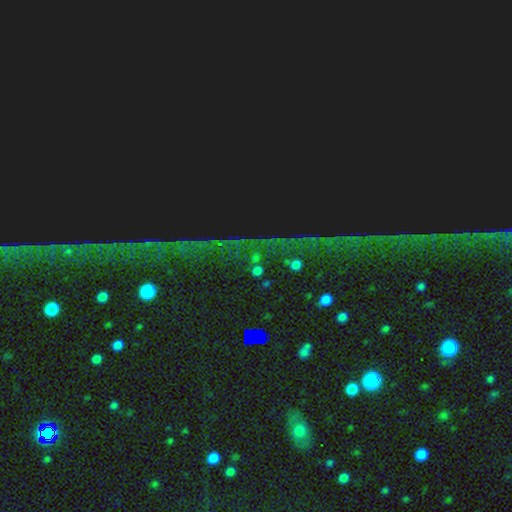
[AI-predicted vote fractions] Smooth or featured?
  - star or artifact: 77% *
  - smooth: 13%
  - featured or disk: 10%